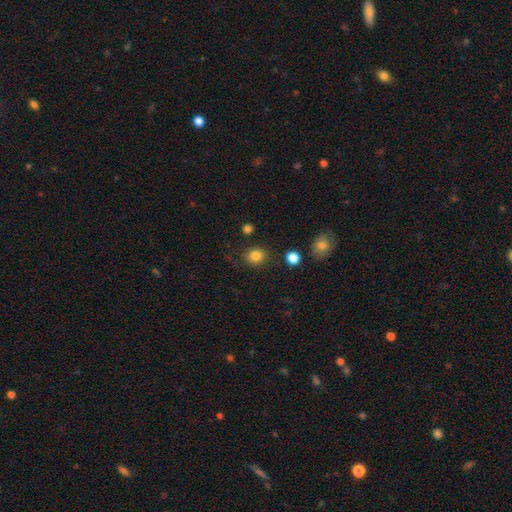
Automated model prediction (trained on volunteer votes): Morphology: type=smooth (83%); roundness=round (72%); merging=none (83%).